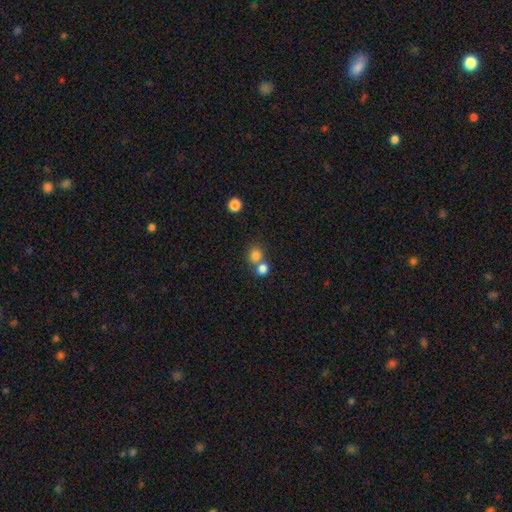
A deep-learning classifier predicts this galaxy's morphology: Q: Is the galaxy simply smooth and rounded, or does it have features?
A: smooth — 80%.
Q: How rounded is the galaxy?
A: round — 84%.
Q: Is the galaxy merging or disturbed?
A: none — 51%.